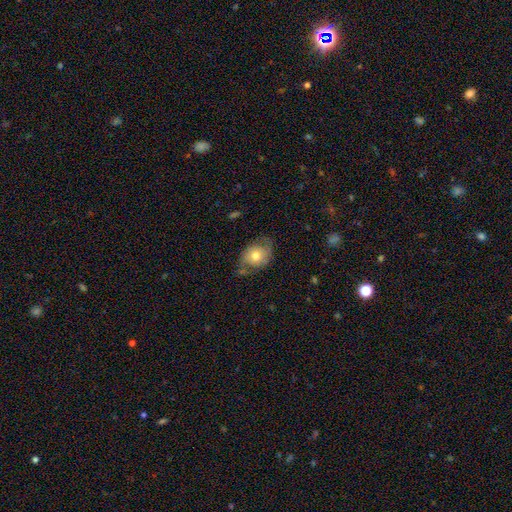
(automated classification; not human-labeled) smooth_or_featured: smooth (p=0.50) [alt: featured or disk p=0.42]
how_rounded: in between (p=0.56) [alt: round p=0.43]
merging: none (p=0.55) [alt: minor disturbance p=0.29]